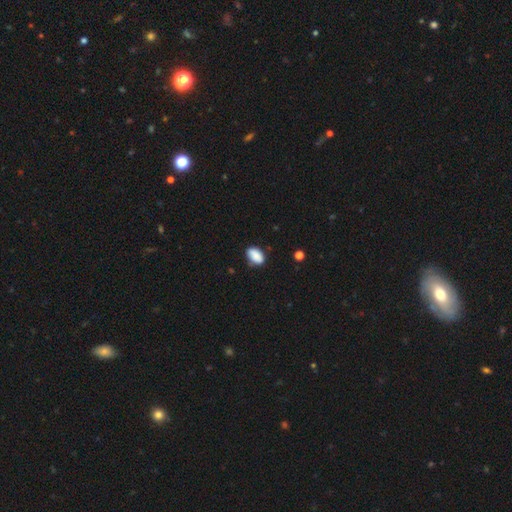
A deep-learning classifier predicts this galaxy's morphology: type=smooth (87%); roundness=in between (90%); merging=none (73%).